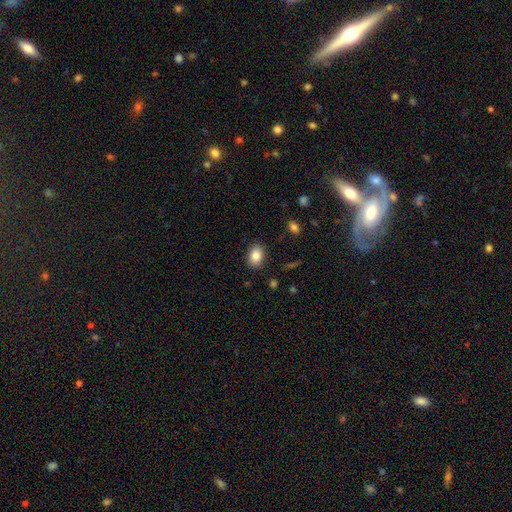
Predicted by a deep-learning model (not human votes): A smooth galaxy with no disk features (85%) that is in between round and cigar-shaped (73%). Merging: none (87%).